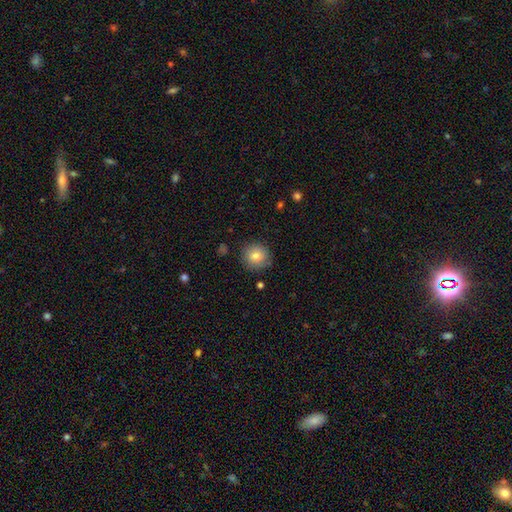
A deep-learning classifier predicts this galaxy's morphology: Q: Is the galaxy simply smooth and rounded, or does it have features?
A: smooth — 80%.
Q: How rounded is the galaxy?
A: round — 92%.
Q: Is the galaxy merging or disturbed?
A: none — 84%.